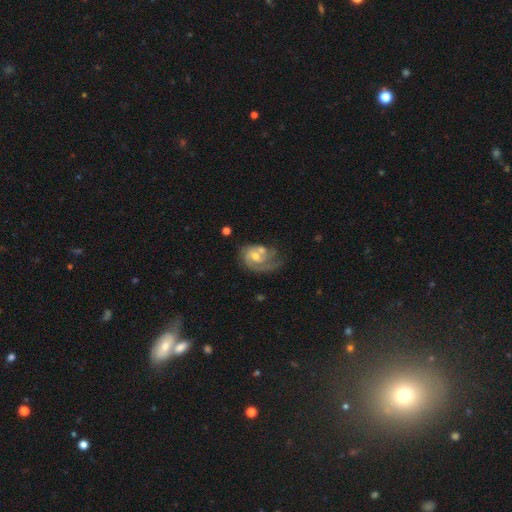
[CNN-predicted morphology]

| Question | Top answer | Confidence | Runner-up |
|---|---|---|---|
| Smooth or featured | featured or disk | 79% | smooth (15%) |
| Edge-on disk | no | 97% | yes (3%) |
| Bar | no | 55% | weak (38%) |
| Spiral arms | yes | 92% | no (8%) |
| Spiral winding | tight | 46% | medium (39%) |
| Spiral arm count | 2 | 44% | 1 (30%) |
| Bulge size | moderate | 58% | small (33%) |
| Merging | none | 38% | major disturbance (22%) |